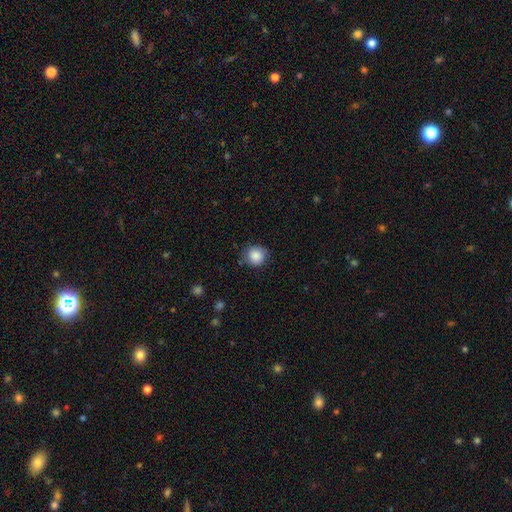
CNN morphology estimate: Smooth or featured?
  - smooth: 86% *
  - star or artifact: 9%
  - featured or disk: 5%
How rounded?
  - round: 88% *
  - in between: 11%
  - cigar-shaped: 1%
Merging?
  - none: 79% *
  - minor disturbance: 16%
  - major disturbance: 3%
  - merger: 2%